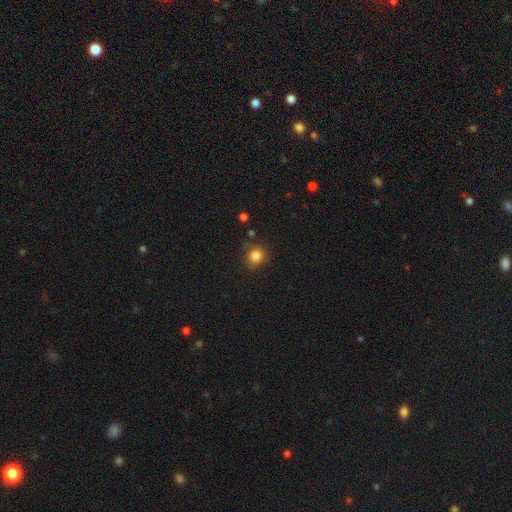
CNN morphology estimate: This appears to be a smooth galaxy with no disk features (83%) that is round (89%). Merging: none (79%).